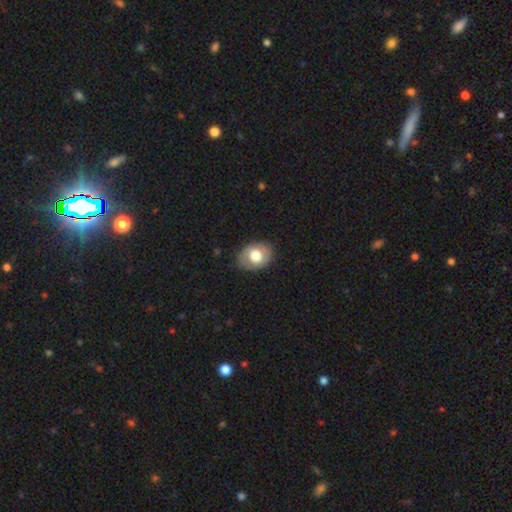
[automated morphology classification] smooth_or_featured: smooth (p=0.66) [alt: featured or disk p=0.27]
how_rounded: in between (p=0.66) [alt: round p=0.33]
merging: none (p=0.83) [alt: minor disturbance p=0.13]